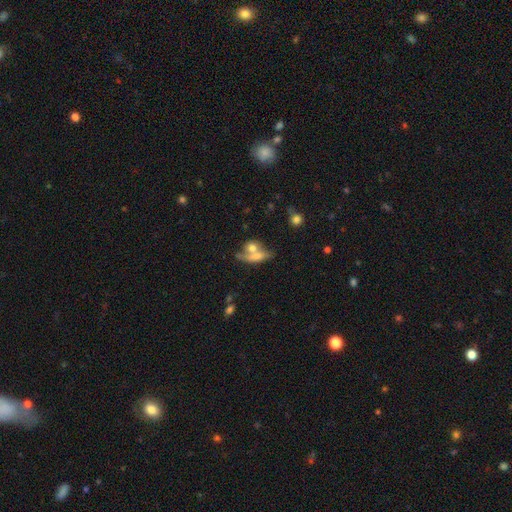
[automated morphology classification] The model was most divided on "merging": merger: 48%, none: 34%, minor disturbance: 10%, major disturbance: 8%. Remaining: smooth or featured — smooth (57%); how rounded — in between (50%).